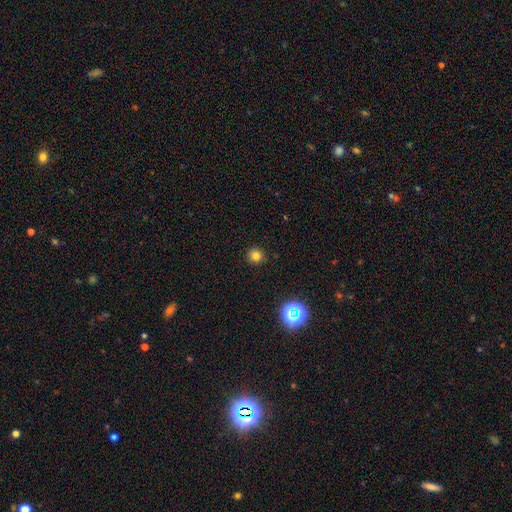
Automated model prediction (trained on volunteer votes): Smooth or featured?
  - smooth: 78% *
  - star or artifact: 16%
  - featured or disk: 6%
How rounded?
  - round: 93% *
  - in between: 6%
  - cigar-shaped: 1%
Merging?
  - none: 91% *
  - minor disturbance: 6%
  - major disturbance: 2%
  - merger: 1%